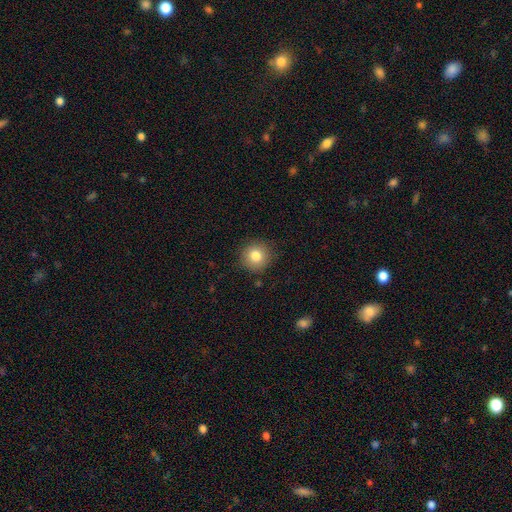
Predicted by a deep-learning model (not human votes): Smooth or featured? smooth (82%)
How rounded? round (93%)
Merging? none (89%)